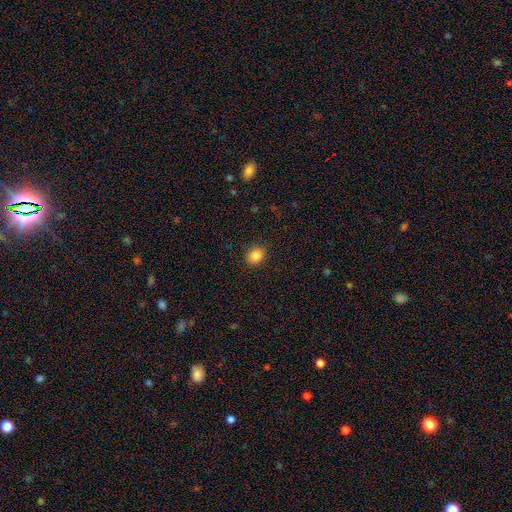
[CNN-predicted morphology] The model was most divided on "how rounded": round: 72%, in between: 27%, cigar-shaped: 1%. More confident: merging — none (90%); smooth or featured — smooth (85%).